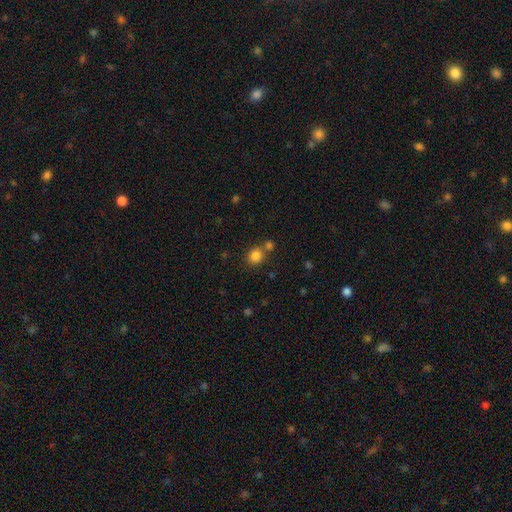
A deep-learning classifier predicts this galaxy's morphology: This appears to be a smooth galaxy with no disk features (82%) that is round (83%). Merging: none (65%).